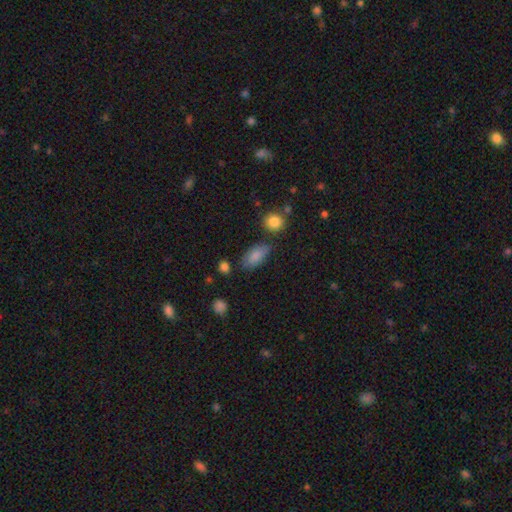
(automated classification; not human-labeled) smooth_or_featured: smooth (p=0.83) [alt: featured or disk p=0.08]
how_rounded: in between (p=0.89) [alt: cigar-shaped p=0.07]
merging: none (p=0.68) [alt: minor disturbance p=0.21]